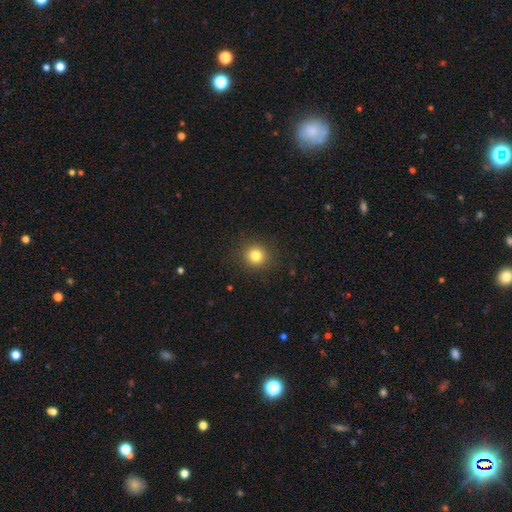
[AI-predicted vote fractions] A smooth galaxy with no disk features (81%) that is round (91%). Merging: none (90%).